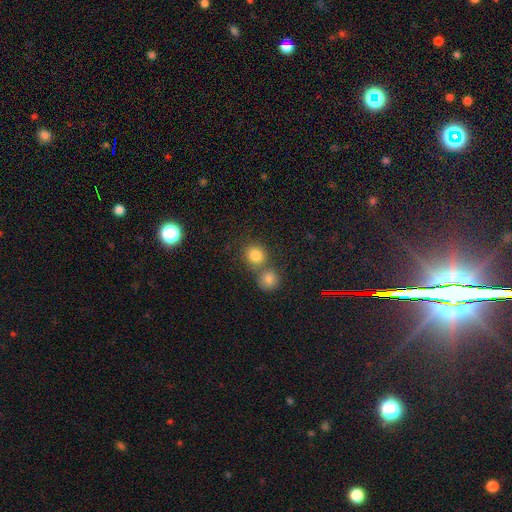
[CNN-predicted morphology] A smooth galaxy with no disk features (82%) that is round (84%).

Vote fractions:
- Smooth or featured? smooth: 82% / star or artifact: 12% / featured or disk: 7%
- How rounded? round: 84% / in between: 15% / cigar-shaped: 1%
- Merging? none: 52% / merger: 38% / minor disturbance: 7% / major disturbance: 3%